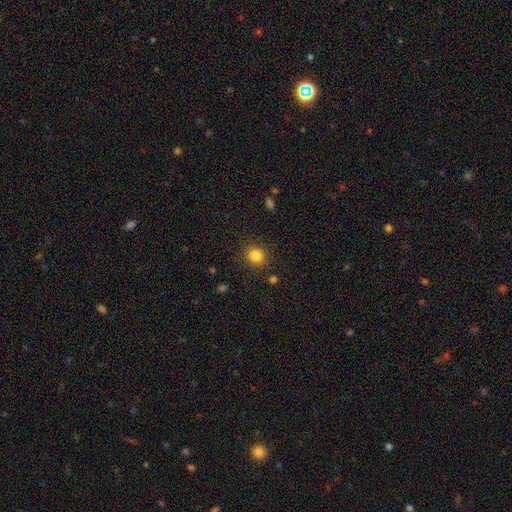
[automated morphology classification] smooth 84%, star or artifact 12%, featured or disk 5%. Down the decision tree: how rounded — round (85%); merging — none (87%).